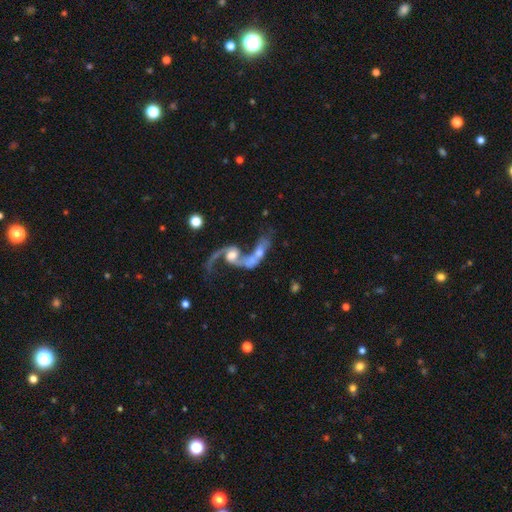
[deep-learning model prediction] A featured or disk galaxy (70%) with no bar (65%), spiral arms (73%) and a moderate central bulge (46%).

Vote fractions:
- Smooth or featured? featured or disk: 70% / smooth: 20% / star or artifact: 9%
- Edge-on disk? no: 93% / yes: 7%
- Bar? no: 65% / weak: 26% / strong: 8%
- Spiral arms? yes: 73% / no: 27%
- Bulge size? moderate: 46% / small: 24% / large: 14% / none: 13% / dominant: 3%
- Merging? merger: 69% / none: 13% / major disturbance: 12% / minor disturbance: 6%